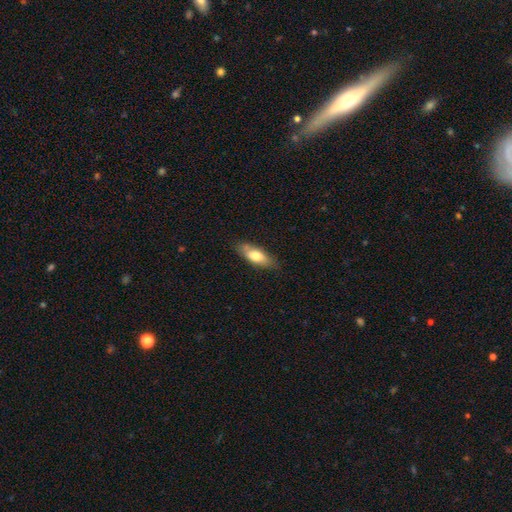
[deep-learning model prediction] Smooth or featured? smooth (71%)
How rounded? in between (73%)
Merging? none (76%)